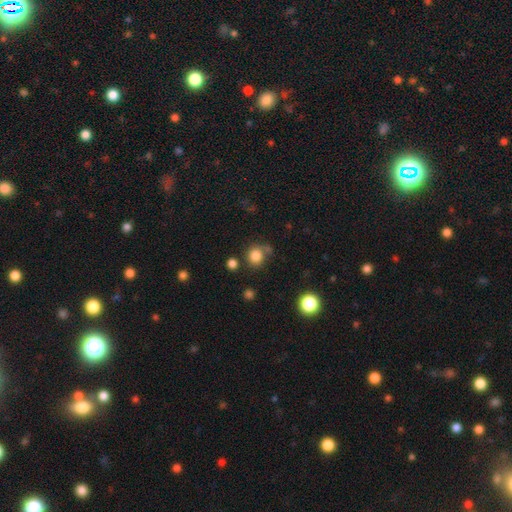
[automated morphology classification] Smooth or featured?
  - smooth: 83% *
  - star or artifact: 12%
  - featured or disk: 6%
How rounded?
  - round: 86% *
  - in between: 13%
  - cigar-shaped: 1%
Merging?
  - none: 69% *
  - minor disturbance: 15%
  - merger: 11%
  - major disturbance: 6%